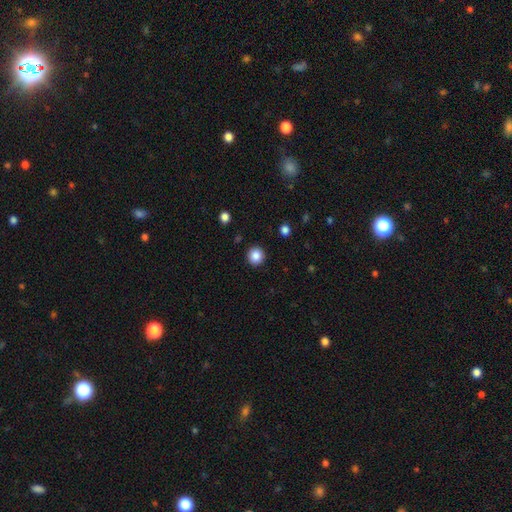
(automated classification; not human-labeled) Smooth or featured?
  - smooth: 86% *
  - star or artifact: 10%
  - featured or disk: 4%
How rounded?
  - round: 93% *
  - in between: 6%
  - cigar-shaped: 1%
Merging?
  - none: 92% *
  - minor disturbance: 5%
  - major disturbance: 2%
  - merger: 1%